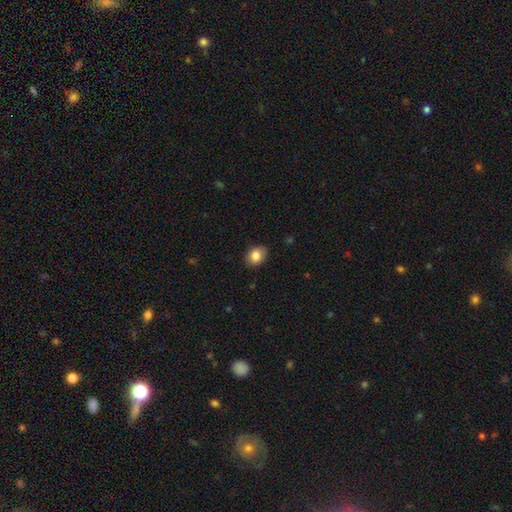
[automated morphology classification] Q: Smooth or featured?
A: smooth (85%); runner-up: star or artifact (8%)
Q: How rounded?
A: in between (58%); runner-up: round (41%)
Q: Merging?
A: none (82%); runner-up: minor disturbance (14%)